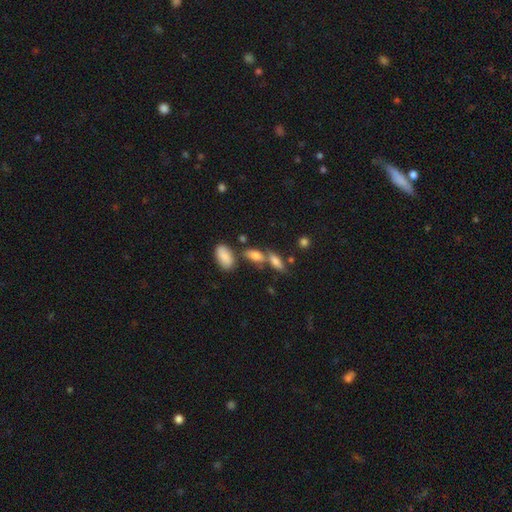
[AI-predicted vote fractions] Morphology: type=smooth (70%); roundness=in between (72%); merging=none (48%).